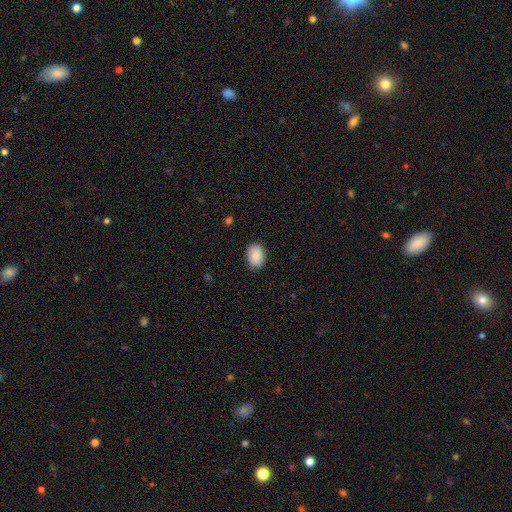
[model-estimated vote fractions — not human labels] This appears to be a smooth galaxy with no disk features (88%) that is in between round and cigar-shaped (75%). Merging: none (84%).